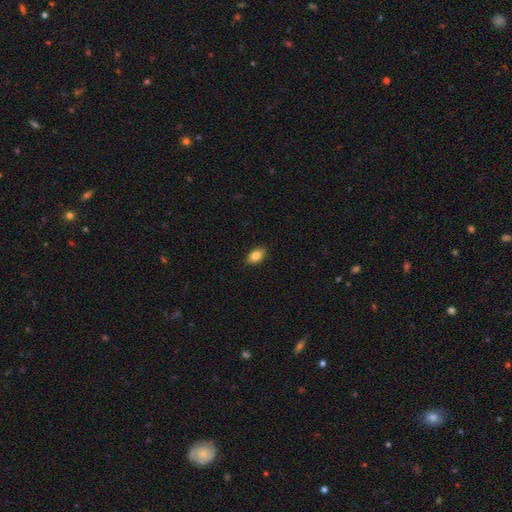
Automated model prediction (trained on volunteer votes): Overall: smooth (84%). How rounded: in between (90%). Merging: none (88%).